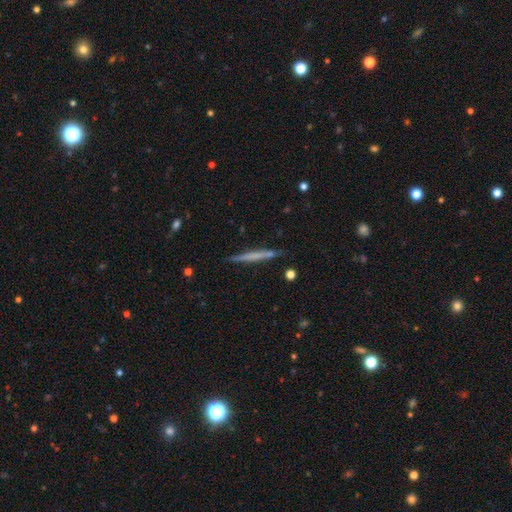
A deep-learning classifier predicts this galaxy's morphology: Overall: smooth (50%; featured or disk 45%). Merging: none (89%).